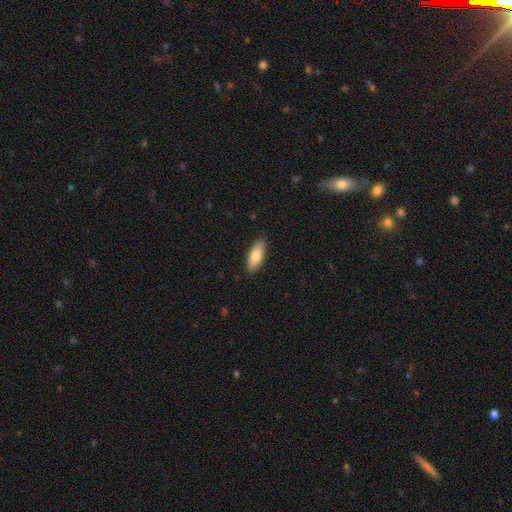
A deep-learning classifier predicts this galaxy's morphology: smooth 80%, featured or disk 14%, star or artifact 6%. Down the decision tree: how rounded — in between (71%); merging — none (88%).